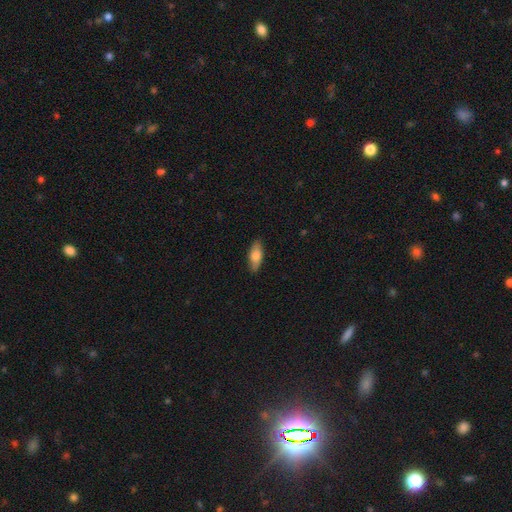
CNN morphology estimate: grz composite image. It shows a smooth galaxy with no disk features (76%) that is in between round and cigar-shaped (76%). Merging: none (87%).